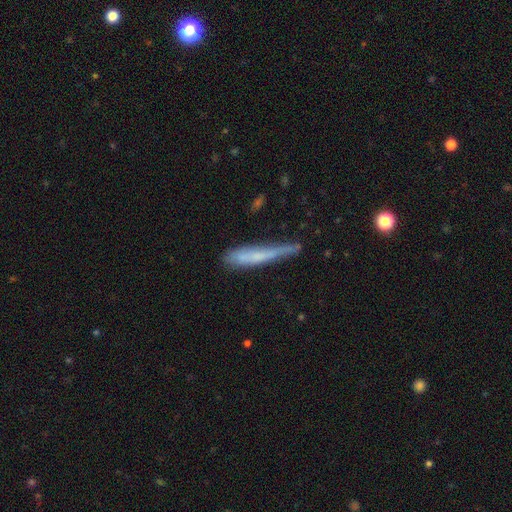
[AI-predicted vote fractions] smooth_or_featured: smooth (p=0.58) [alt: featured or disk p=0.33]
how_rounded: cigar-shaped (p=0.93) [alt: in between p=0.05]
merging: none (p=0.50) [alt: minor disturbance p=0.33]